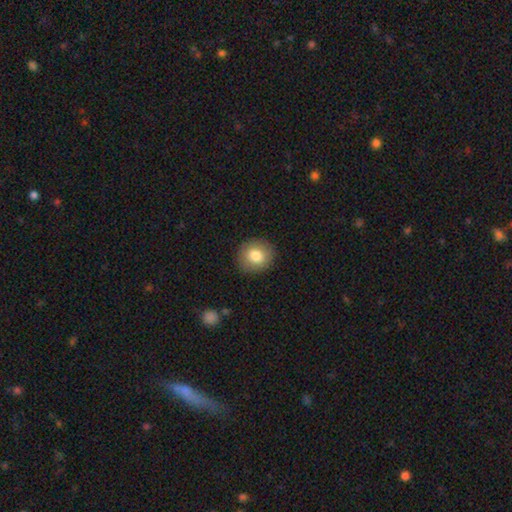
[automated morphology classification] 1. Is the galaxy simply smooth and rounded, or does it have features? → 80% smooth, 12% featured or disk, 9% star or artifact.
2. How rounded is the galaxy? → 84% round, 15% in between, 1% cigar-shaped.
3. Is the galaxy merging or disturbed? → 90% none, 7% minor disturbance, 2% major disturbance, 1% merger.